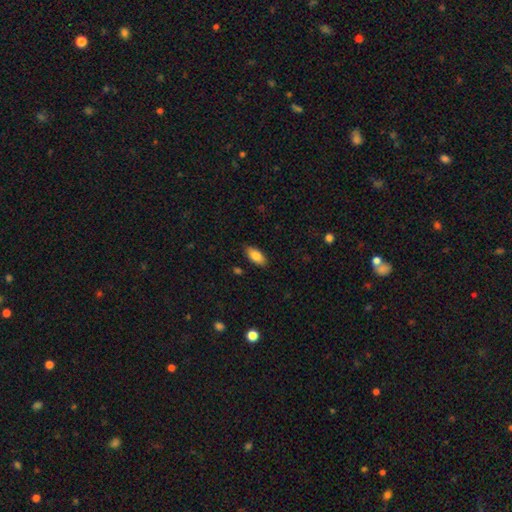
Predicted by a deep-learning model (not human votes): This appears to be a smooth galaxy with no disk features (83%) that is in between round and cigar-shaped (89%). Merging: none (86%).